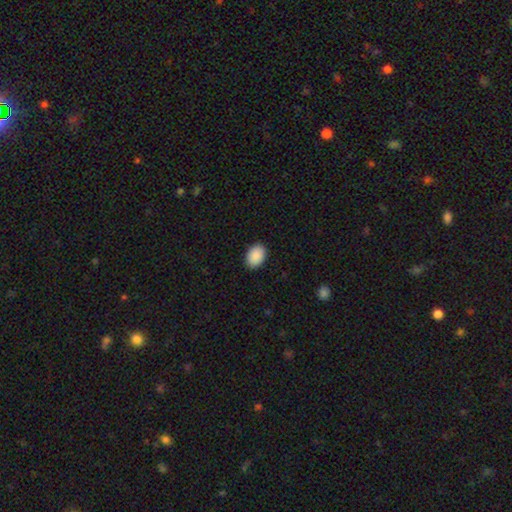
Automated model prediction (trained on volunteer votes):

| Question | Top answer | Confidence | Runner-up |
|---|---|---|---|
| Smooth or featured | smooth | 91% | star or artifact (7%) |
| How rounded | in between | 83% | round (16%) |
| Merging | none | 90% | minor disturbance (7%) |